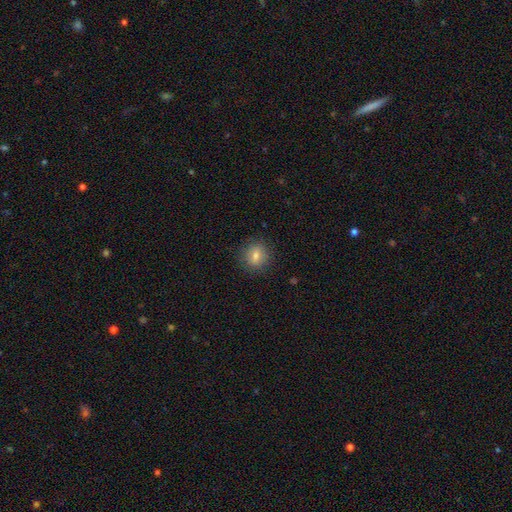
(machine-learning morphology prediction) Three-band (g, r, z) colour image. It shows a smooth galaxy with no disk features (78%) that is round (78%). Merging: none (86%).